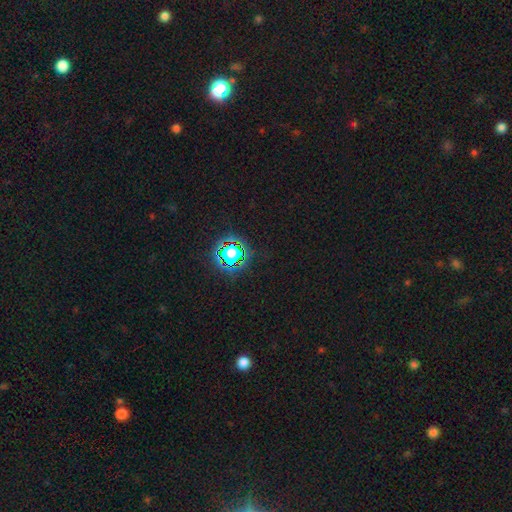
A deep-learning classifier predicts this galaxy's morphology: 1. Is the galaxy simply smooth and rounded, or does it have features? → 79% star or artifact, 13% smooth, 7% featured or disk.